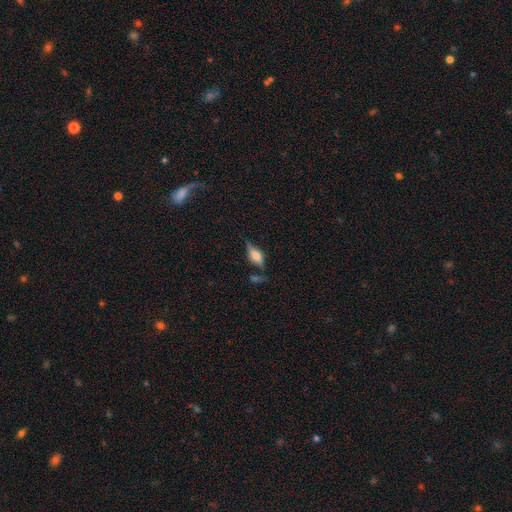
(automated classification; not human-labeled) smooth-or-featured: featured or disk: 58% | smooth: 34% | star or artifact: 9%
  disk-edge-on: yes: 91% | no: 9%
    edge-on-bulge: rounded: 82% | boxy: 16% | none: 2%
  merging: none: 66% | minor disturbance: 20% | major disturbance: 8% | merger: 7%